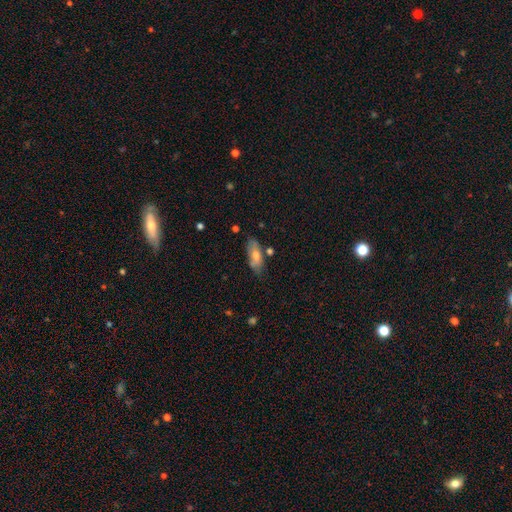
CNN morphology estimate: A smooth galaxy with no disk features (60%) that is in between round and cigar-shaped (73%). Merging: none (74%).